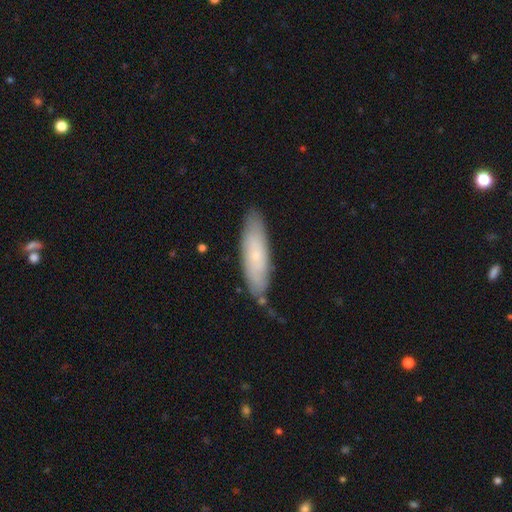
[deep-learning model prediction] Smooth or featured? Predicted: smooth (p=0.60). How rounded? Predicted: cigar-shaped (p=0.61). Merging? Predicted: none (p=0.72).